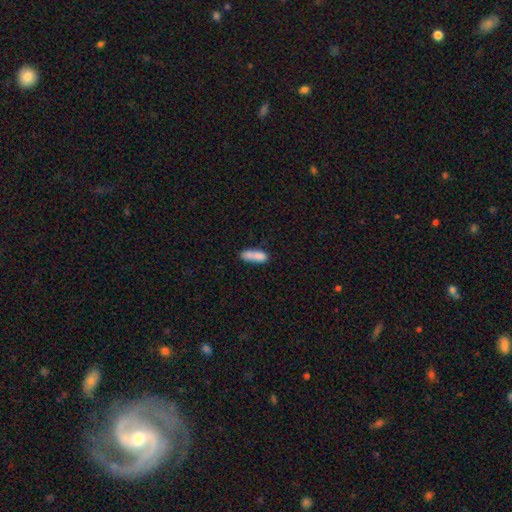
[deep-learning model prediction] Smooth or featured: smooth — 80% (featured or disk — 12%)
How rounded: in between — 52% (cigar-shaped — 46%)
Merging: none — 51% (merger — 23%)